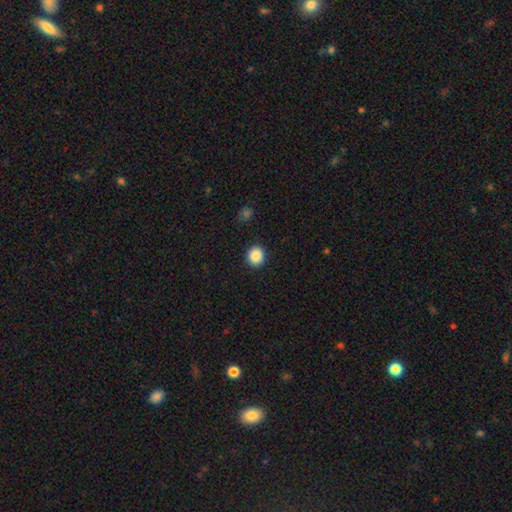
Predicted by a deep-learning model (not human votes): This appears to be a smooth galaxy with no disk features (88%) that is round (84%). Merging: none (91%).